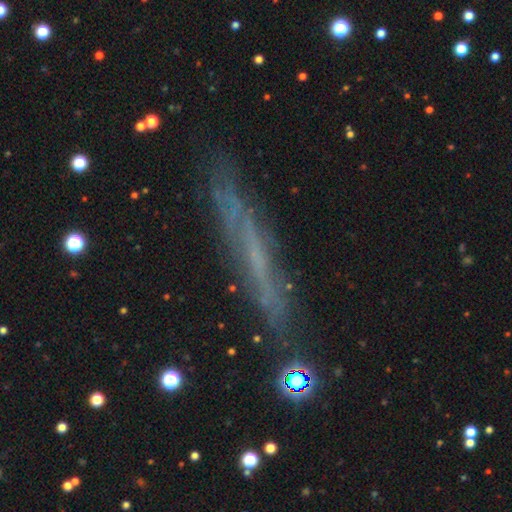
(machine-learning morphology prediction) The model was most divided on "smooth or featured": featured or disk: 59%, smooth: 31%, star or artifact: 10%. More confident: edge-on bulge — none (87%); edge-on disk — yes (86%); merging — none (80%).